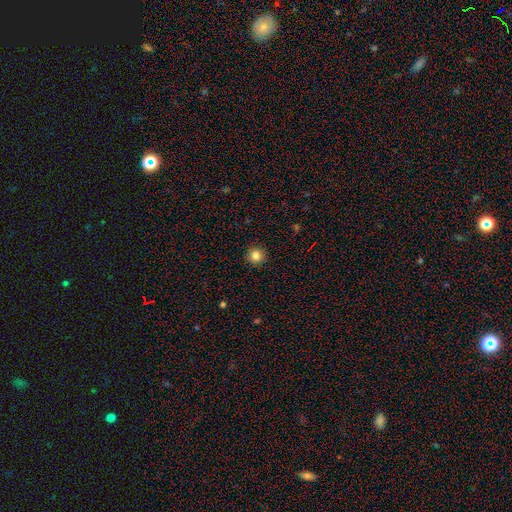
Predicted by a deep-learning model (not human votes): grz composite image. It shows a smooth galaxy with no disk features (84%) that is round (94%). Merging: none (92%).